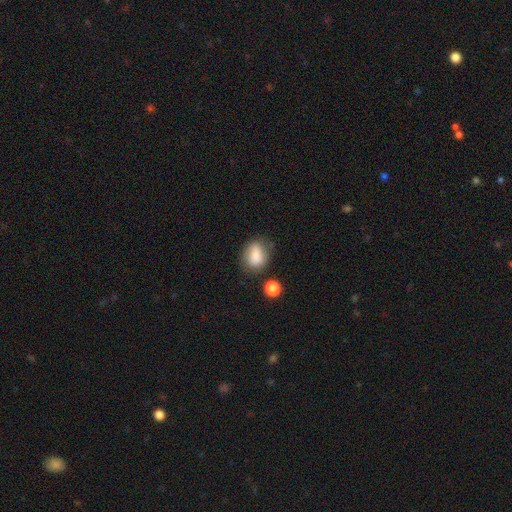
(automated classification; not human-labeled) A smooth galaxy with no disk features (82%) that is in between round and cigar-shaped (64%). Merging: none (64%).